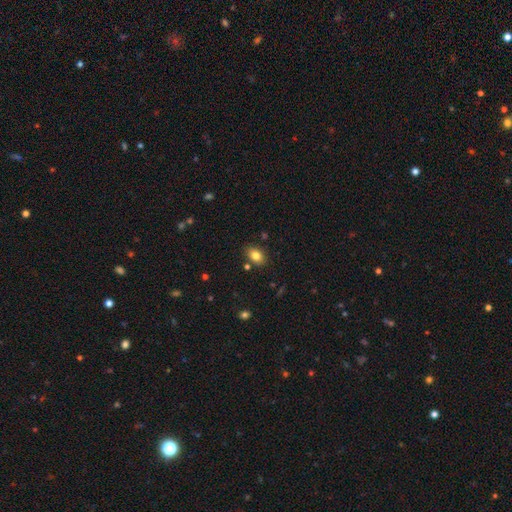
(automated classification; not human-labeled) This appears to be a smooth galaxy with no disk features (81%) that is in between round and cigar-shaped (77%). Merging: none (83%).